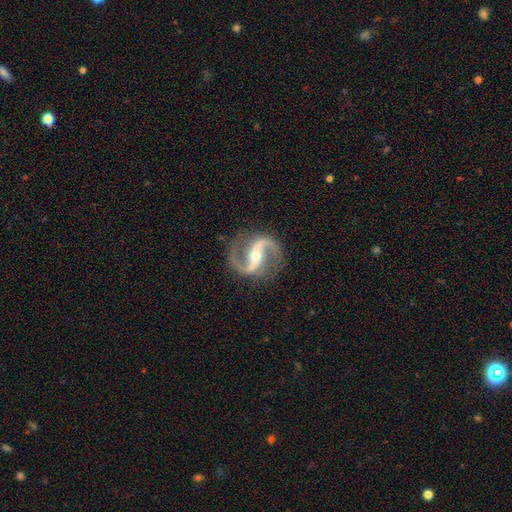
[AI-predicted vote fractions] Smooth or featured? featured or disk (94%)
Edge-on disk? no (98%)
Bar? strong (48%)
Spiral arms? yes (98%)
Spiral winding? medium (55%)
Spiral arm count? 2 (95%)
Bulge size? moderate (59%)
Merging? none (87%)